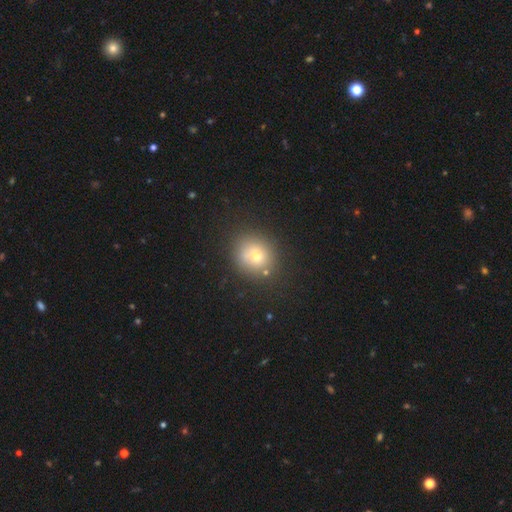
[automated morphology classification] smooth 70%, star or artifact 15%, featured or disk 15%. Down the decision tree: how rounded — round (82%); merging — none (78%).